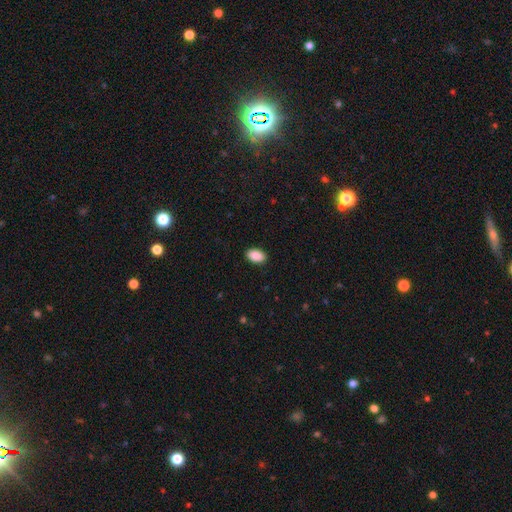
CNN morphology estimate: smooth-or-featured: smooth: 91% | star or artifact: 7% | featured or disk: 2%
  how-rounded: in between: 93% | round: 6% | cigar-shaped: 1%
  merging: none: 90% | minor disturbance: 7% | major disturbance: 2% | merger: 1%